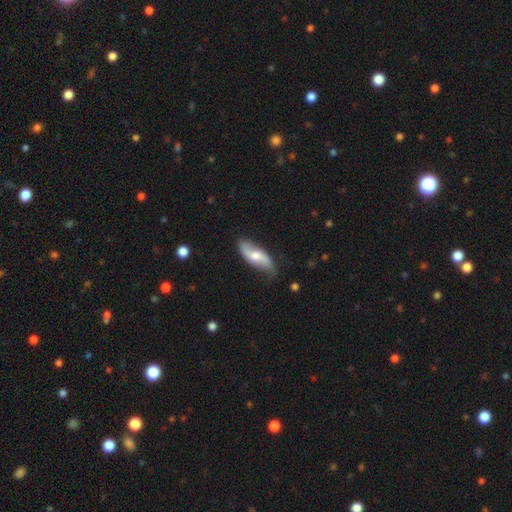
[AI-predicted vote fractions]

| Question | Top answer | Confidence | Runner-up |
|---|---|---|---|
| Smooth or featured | featured or disk | 65% | smooth (30%) |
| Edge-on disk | no | 87% | yes (13%) |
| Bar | no | 54% | weak (36%) |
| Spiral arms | yes | 90% | no (10%) |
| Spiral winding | loose | 74% | medium (20%) |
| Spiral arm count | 2 | 91% | can't tell (5%) |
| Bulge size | moderate | 65% | small (22%) |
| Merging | none | 77% | minor disturbance (17%) |